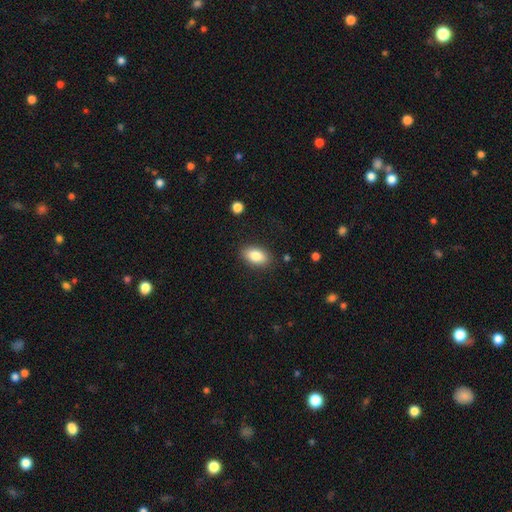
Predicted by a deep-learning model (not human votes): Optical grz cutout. It shows a smooth galaxy with no disk features (84%) that is in between round and cigar-shaped (91%). Merging: none (86%).